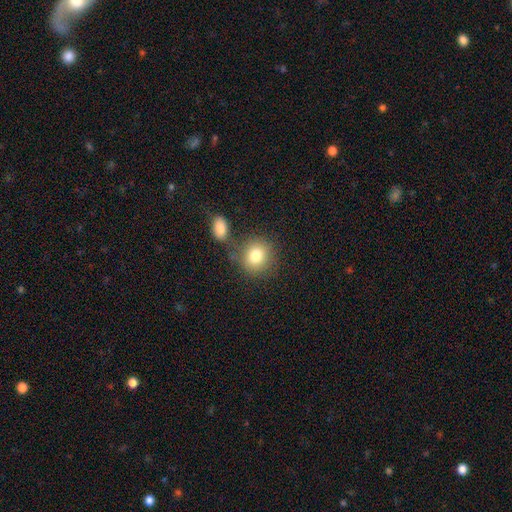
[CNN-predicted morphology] type=smooth (80%); roundness=round (83%); merging=none (68%).